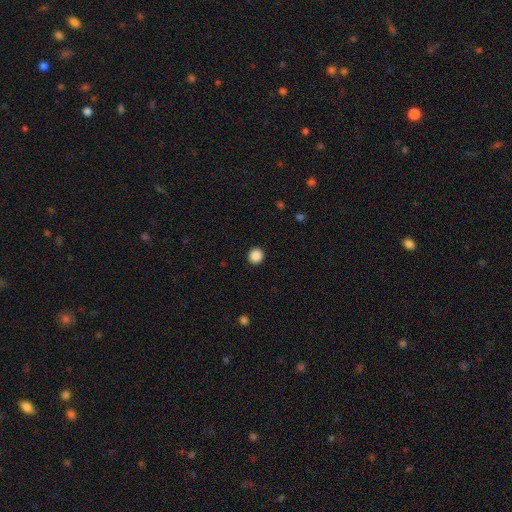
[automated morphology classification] Smooth or featured? Predicted: smooth (p=0.88). How rounded? Predicted: round (p=0.92). Merging? Predicted: none (p=0.93).